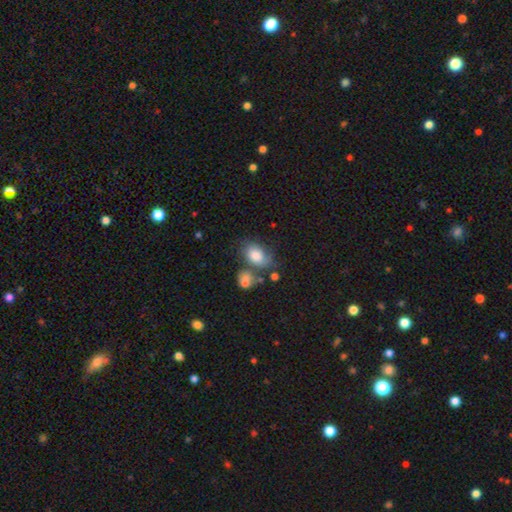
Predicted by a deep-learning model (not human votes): Overall: smooth (74%). How rounded: in between (77%). Merging: none (40%; minor disturbance 24%).